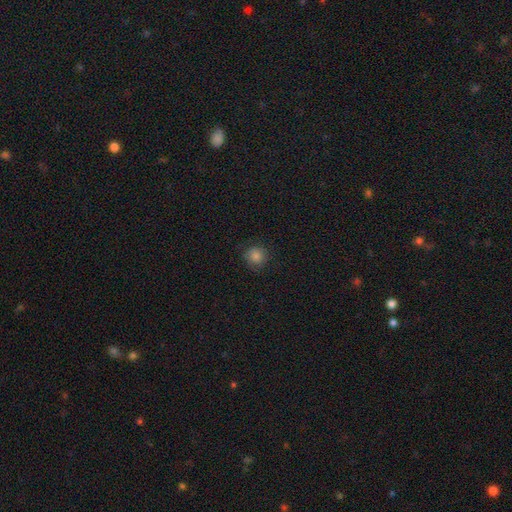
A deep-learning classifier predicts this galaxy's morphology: Smooth or featured?
  - smooth: 82% *
  - star or artifact: 12%
  - featured or disk: 6%
How rounded?
  - round: 91% *
  - in between: 8%
  - cigar-shaped: 1%
Merging?
  - none: 82% *
  - minor disturbance: 13%
  - major disturbance: 4%
  - merger: 1%